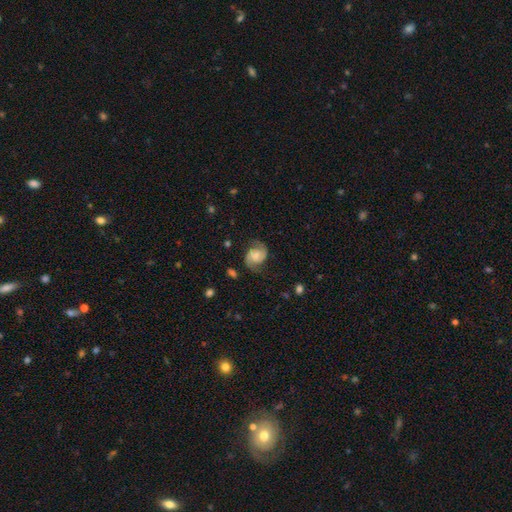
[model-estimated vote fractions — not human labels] Smooth or featured?
  - featured or disk: 84% *
  - smooth: 10%
  - star or artifact: 6%
Edge-on disk?
  - no: 98% *
  - yes: 2%
Bar?
  - no: 66% *
  - weak: 28%
  - strong: 6%
Spiral arms?
  - yes: 97% *
  - no: 3%
Spiral winding?
  - medium: 52% *
  - tight: 26%
  - loose: 22%
Spiral arm count?
  - 2: 93% *
  - can't tell: 3%
  - 1: 1%
  - 3: 1%
  - 4: 1%
  - more than 4: 1%
Bulge size?
  - moderate: 45% *
  - small: 40%
  - none: 7%
  - large: 5%
  - dominant: 1%
Merging?
  - none: 78% *
  - minor disturbance: 15%
  - major disturbance: 6%
  - merger: 1%